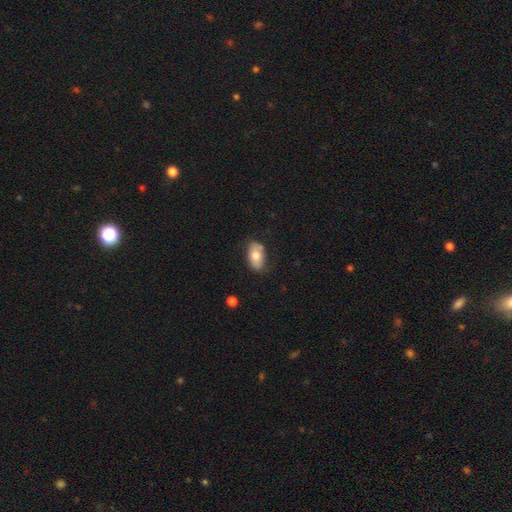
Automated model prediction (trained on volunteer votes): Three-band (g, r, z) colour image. It shows a smooth galaxy with no disk features (72%) that is in between round and cigar-shaped (92%). Merging: none (74%).